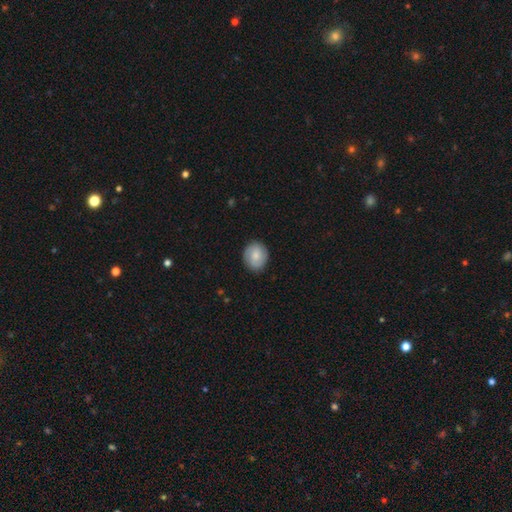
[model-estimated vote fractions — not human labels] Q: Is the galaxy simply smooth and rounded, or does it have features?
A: smooth — 69%.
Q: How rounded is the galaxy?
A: round — 63%.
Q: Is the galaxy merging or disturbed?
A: none — 86%.